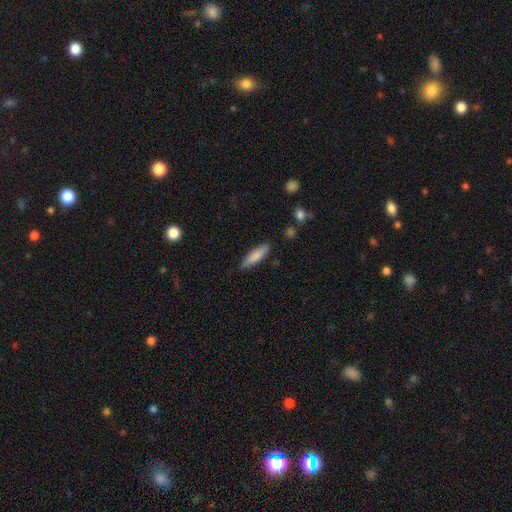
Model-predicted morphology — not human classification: type=smooth (81%); roundness=cigar-shaped (67%); merging=none (83%).